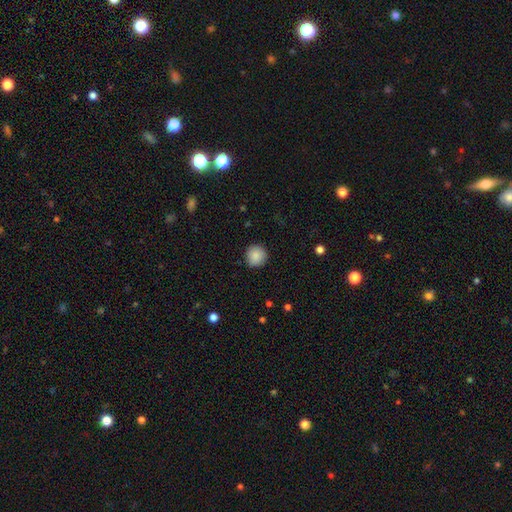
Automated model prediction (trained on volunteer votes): Smooth or featured: smooth — 88% (star or artifact — 8%)
How rounded: round — 95% (in between — 4%)
Merging: none — 88% (minor disturbance — 9%)